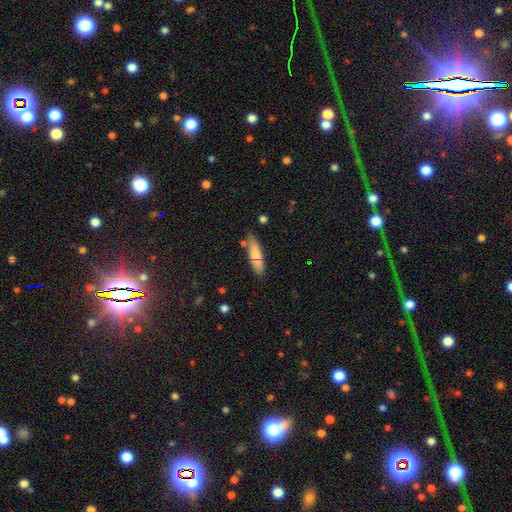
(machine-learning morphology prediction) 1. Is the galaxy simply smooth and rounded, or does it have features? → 74% smooth, 20% featured or disk, 7% star or artifact.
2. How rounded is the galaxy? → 61% cigar-shaped, 37% in between, 2% round.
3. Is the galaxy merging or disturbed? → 73% none, 17% minor disturbance, 7% merger, 4% major disturbance.